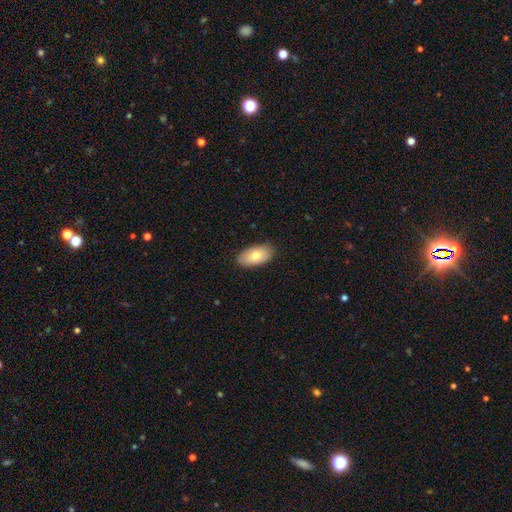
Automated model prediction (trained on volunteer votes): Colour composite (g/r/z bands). It shows a smooth galaxy with no disk features (77%) that is in between round and cigar-shaped (94%). Merging: none (87%).